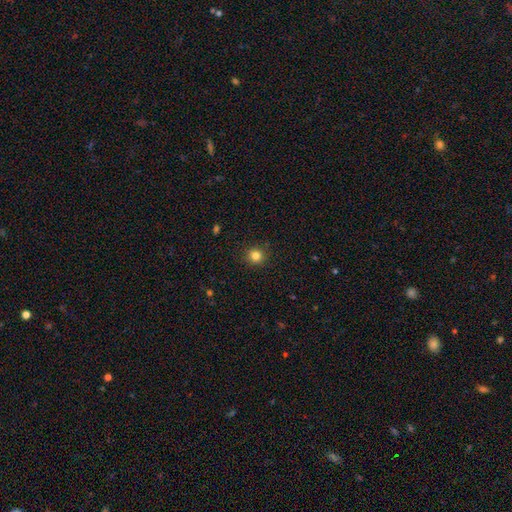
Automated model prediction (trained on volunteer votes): This is clearly a smooth galaxy (83%). How rounded: clearly round (91%). Merging: clearly none (91%).